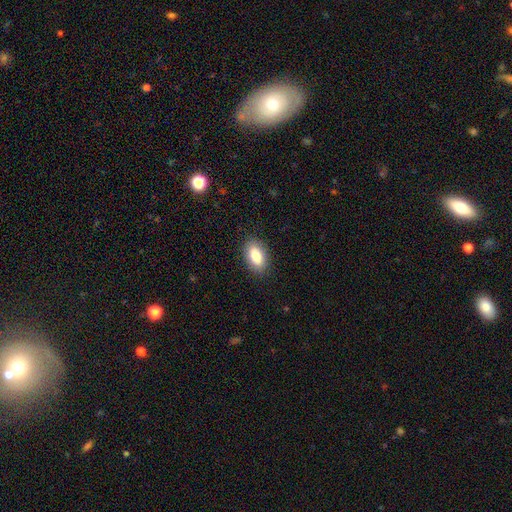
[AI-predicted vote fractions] This is clearly a smooth galaxy (86%). How rounded: clearly in between (92%). Merging: clearly none (87%).